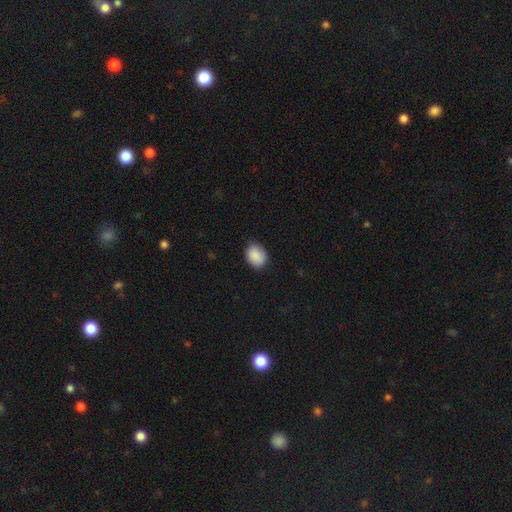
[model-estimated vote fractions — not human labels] Morphology: type=smooth (89%); roundness=in between (56%); merging=none (83%).